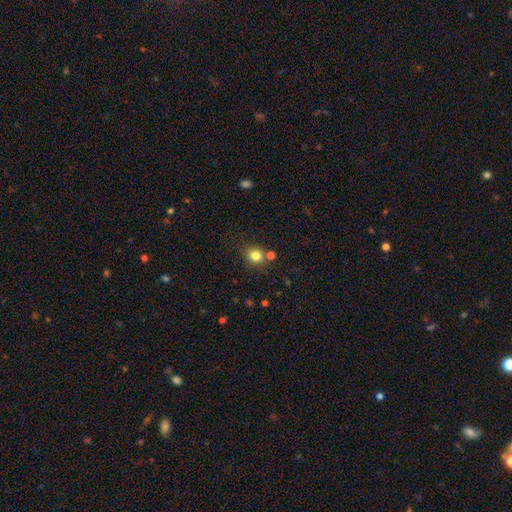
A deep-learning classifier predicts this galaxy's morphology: This appears to be a smooth galaxy with no disk features (81%) that is round (78%). Merging: none (69%).